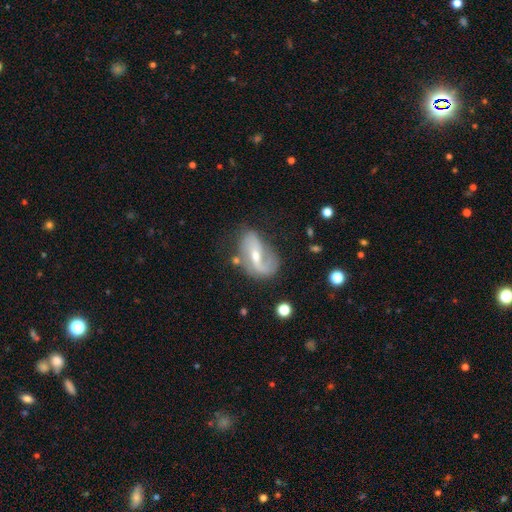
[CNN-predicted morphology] Smooth or featured? Predicted: featured or disk (p=0.75). Edge-on disk? Predicted: no (p=0.95). Bar? Predicted: weak (p=0.41). Spiral arms? Predicted: yes (p=0.87). Spiral winding? Predicted: loose (p=0.60). Spiral arm count? Predicted: 2 (p=0.61). Bulge size? Predicted: moderate (p=0.50). Merging? Predicted: none (p=0.49).